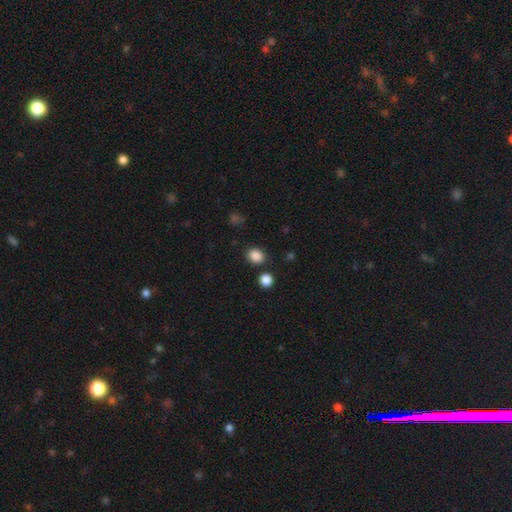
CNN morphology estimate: Smooth or featured? smooth (86%)
How rounded? round (57%)
Merging? none (83%)